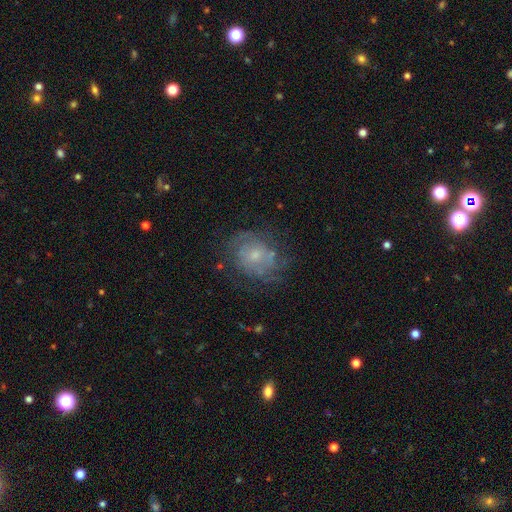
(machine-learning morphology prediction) Smooth or featured? Predicted: featured or disk (p=0.63). Edge-on disk? Predicted: no (p=0.97). Bar? Predicted: no (p=0.76). Spiral arms? Predicted: yes (p=0.69). Bulge size? Predicted: small (p=0.53). Merging? Predicted: none (p=0.64).